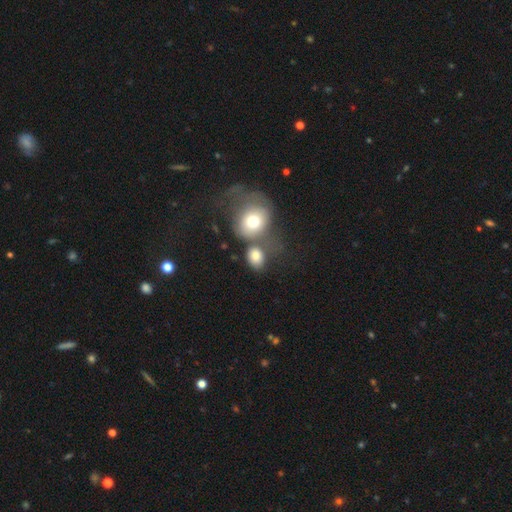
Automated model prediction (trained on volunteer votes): Q: Smooth or featured?
A: smooth (79%); runner-up: featured or disk (12%)
Q: How rounded?
A: in between (52%); runner-up: round (47%)
Q: Merging?
A: merger (38%); tied with: none (38%)